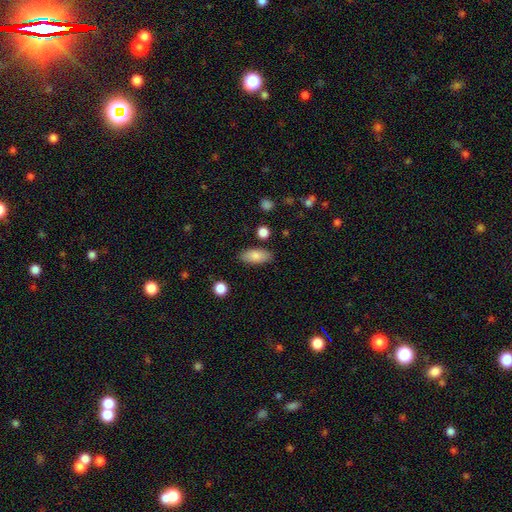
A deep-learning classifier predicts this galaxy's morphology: Smooth or featured?
  - smooth: 83% *
  - featured or disk: 10%
  - star or artifact: 7%
How rounded?
  - in between: 86% *
  - cigar-shaped: 11%
  - round: 3%
Merging?
  - none: 85% *
  - minor disturbance: 10%
  - major disturbance: 2%
  - merger: 2%